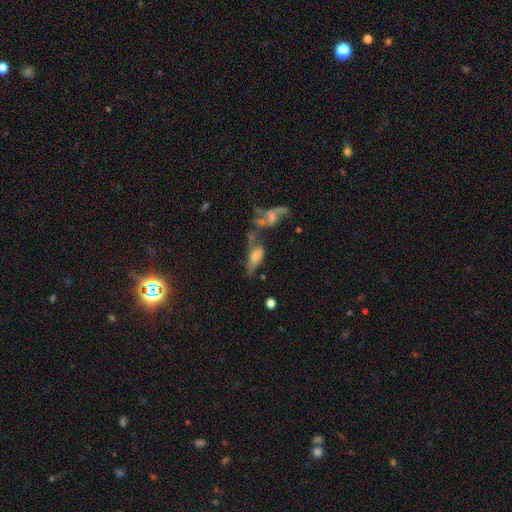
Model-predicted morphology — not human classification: smooth-or-featured: smooth: 55% | featured or disk: 33% | star or artifact: 12%
  how-rounded: in between: 77% | cigar-shaped: 19% | round: 4%
  merging: merger: 42% | major disturbance: 22% | none: 20% | minor disturbance: 16%